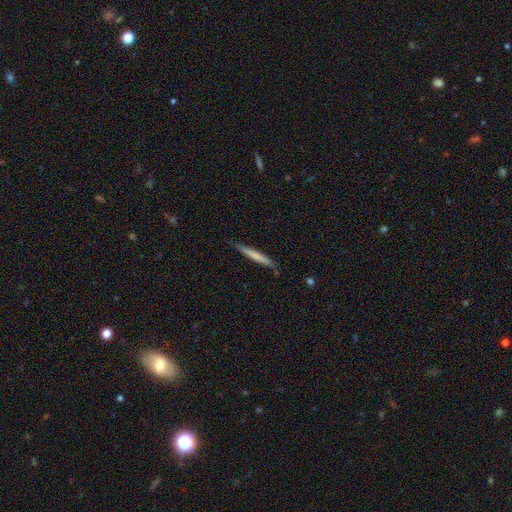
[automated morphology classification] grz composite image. It shows a smooth galaxy with no disk features (66%) that is cigar-shaped (96%). Merging: none (84%).